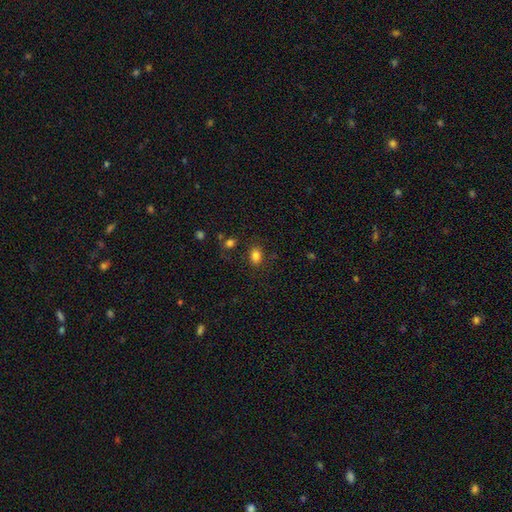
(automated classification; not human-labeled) Smooth or featured? smooth (83%)
How rounded? in between (73%)
Merging? none (80%)